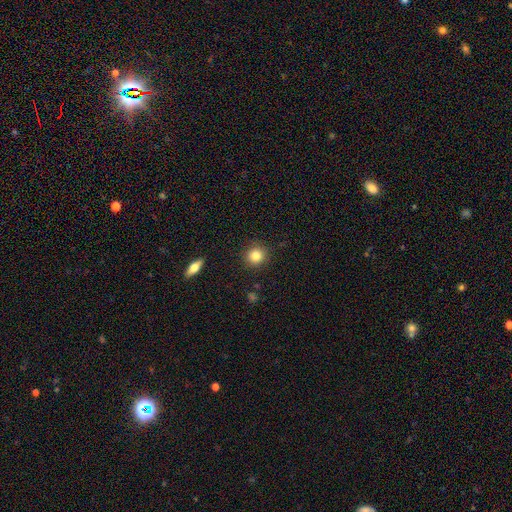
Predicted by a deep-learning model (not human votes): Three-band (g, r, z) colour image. It shows a smooth galaxy with no disk features (82%) that is round (91%). Merging: none (90%).